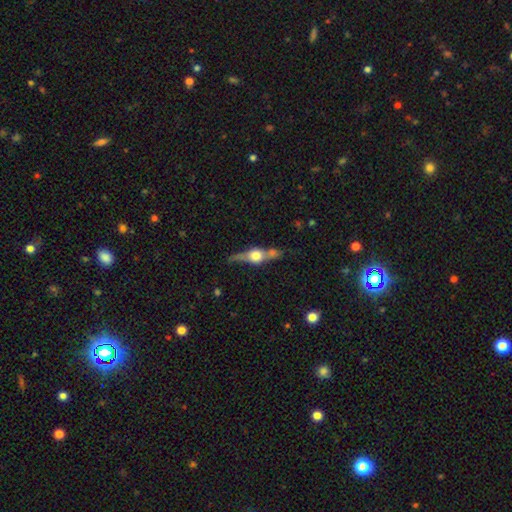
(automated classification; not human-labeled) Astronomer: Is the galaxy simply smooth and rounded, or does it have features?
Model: featured or disk — 71%.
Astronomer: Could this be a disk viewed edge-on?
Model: yes — 93%.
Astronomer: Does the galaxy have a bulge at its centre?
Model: rounded — 94%.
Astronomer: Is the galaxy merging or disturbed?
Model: none — 61%.